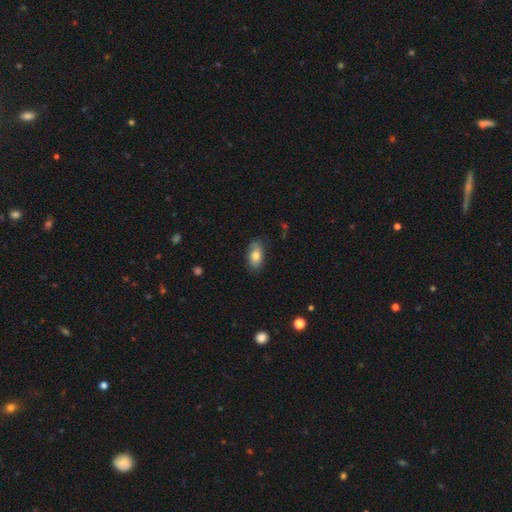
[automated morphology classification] Smooth or featured: smooth — 73% (featured or disk — 20%)
How rounded: in between — 91% (round — 5%)
Merging: none — 76% (minor disturbance — 19%)